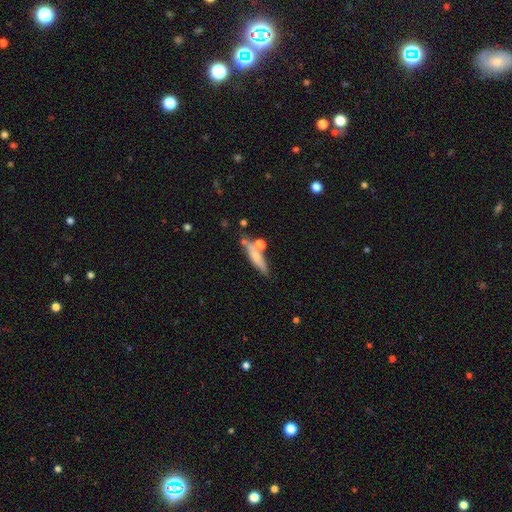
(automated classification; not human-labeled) Overall: smooth (57%; featured or disk 34%). How rounded: cigar-shaped (74%). Merging: none (60%).